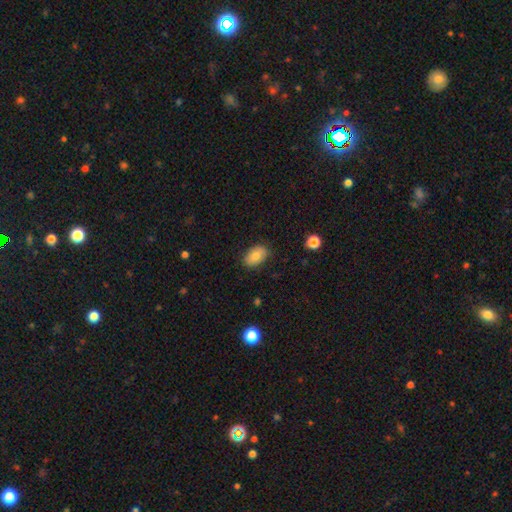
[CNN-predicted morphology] This appears to be a smooth galaxy with no disk features (78%) that is in between round and cigar-shaped (88%). Merging: none (83%).